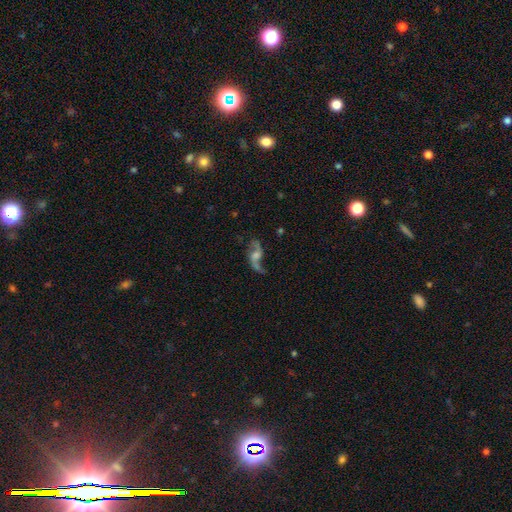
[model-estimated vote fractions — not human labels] A featured or disk galaxy (82%) with no bar (51%), 2 (91%) loose (85%) spiral arms (94%) and a moderate central bulge (39%).

Vote fractions:
- Smooth or featured? featured or disk: 82% / smooth: 9% / star or artifact: 9%
- Edge-on disk? no: 94% / yes: 6%
- Bar? no: 51% / weak: 38% / strong: 12%
- Spiral arms? yes: 94% / no: 6%
- Spiral winding? loose: 85% / medium: 12% / tight: 3%
- Spiral arm count? 2: 91% / 1: 4% / can't tell: 2% / 3: 1% / 4: 1% / more than 4: 1%
- Bulge size? moderate: 39% / small: 30% / none: 17% / large: 12% / dominant: 2%
- Merging? none: 65% / minor disturbance: 16% / major disturbance: 15% / merger: 4%